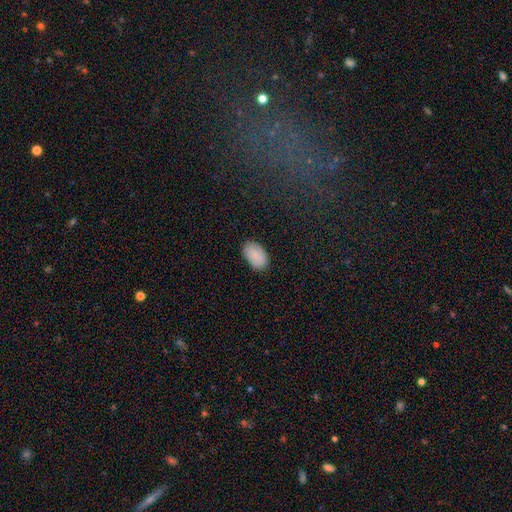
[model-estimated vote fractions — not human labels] Q: Smooth or featured?
A: smooth (89%); runner-up: star or artifact (7%)
Q: How rounded?
A: in between (92%); runner-up: round (6%)
Q: Merging?
A: none (83%); runner-up: minor disturbance (14%)